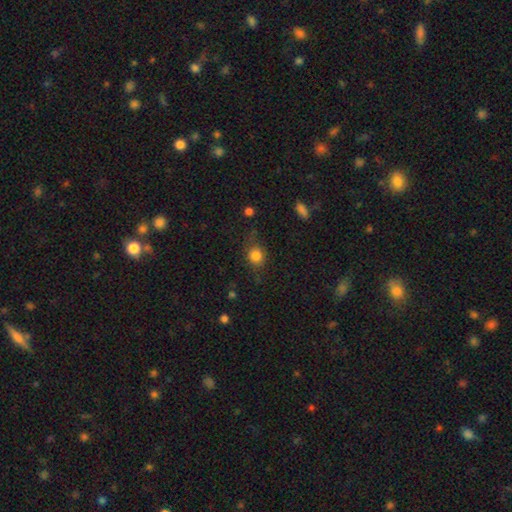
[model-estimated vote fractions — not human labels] A smooth galaxy with no disk features (81%) that is round (72%).

Vote fractions:
- Smooth or featured? smooth: 81% / star or artifact: 11% / featured or disk: 7%
- How rounded? round: 72% / in between: 26% / cigar-shaped: 2%
- Merging? none: 68% / minor disturbance: 21% / major disturbance: 8% / merger: 2%